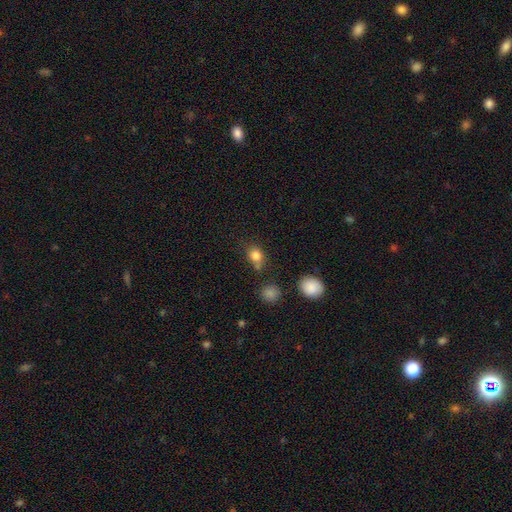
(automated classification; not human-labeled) This appears to be a smooth galaxy with no disk features (82%) that is round (60%). Merging: none (61%).